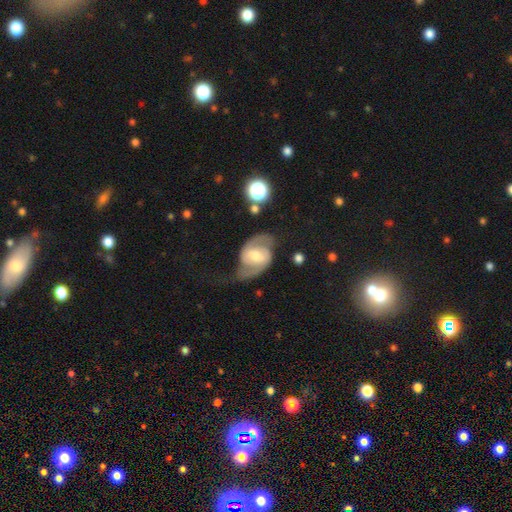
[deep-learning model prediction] Q: Smooth or featured?
A: featured or disk (81%); runner-up: smooth (13%)
Q: Edge-on disk?
A: no (97%); runner-up: yes (3%)
Q: Bar?
A: weak (51%); runner-up: strong (30%)
Q: Spiral arms?
A: yes (93%); runner-up: no (7%)
Q: Spiral winding?
A: medium (46%); runner-up: loose (38%)
Q: Spiral arm count?
A: 2 (90%); runner-up: can't tell (4%)
Q: Bulge size?
A: moderate (57%); runner-up: small (29%)
Q: Merging?
A: none (54%); runner-up: major disturbance (22%)